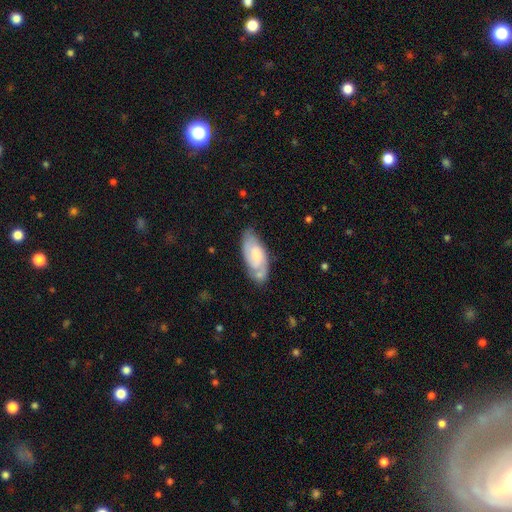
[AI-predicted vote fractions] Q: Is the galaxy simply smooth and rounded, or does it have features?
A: featured or disk — 67%.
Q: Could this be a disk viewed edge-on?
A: no — 91%.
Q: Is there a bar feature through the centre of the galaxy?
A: no — 48%.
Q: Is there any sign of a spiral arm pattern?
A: yes — 90%.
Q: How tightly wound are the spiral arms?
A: tight — 44%, tied with medium.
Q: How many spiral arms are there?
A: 2 — 72%.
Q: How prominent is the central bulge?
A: moderate — 41%.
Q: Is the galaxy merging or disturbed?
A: none — 70%.